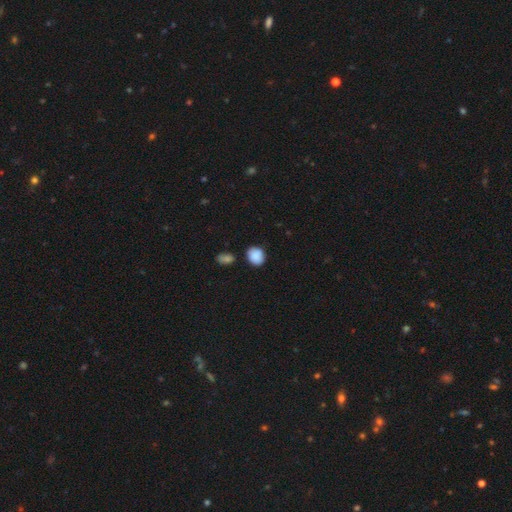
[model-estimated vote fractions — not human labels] This appears to be a smooth galaxy with no disk features (88%) that is round (65%). Merging: none (76%).